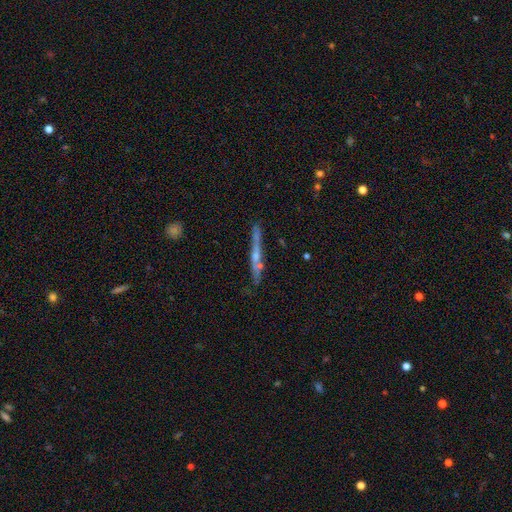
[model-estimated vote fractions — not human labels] The model was most divided on "edge-on bulge": rounded: 49%, none: 44%, boxy: 7%. More confident: edge-on disk — yes (94%); merging — none (78%); smooth or featured — featured or disk (63%).